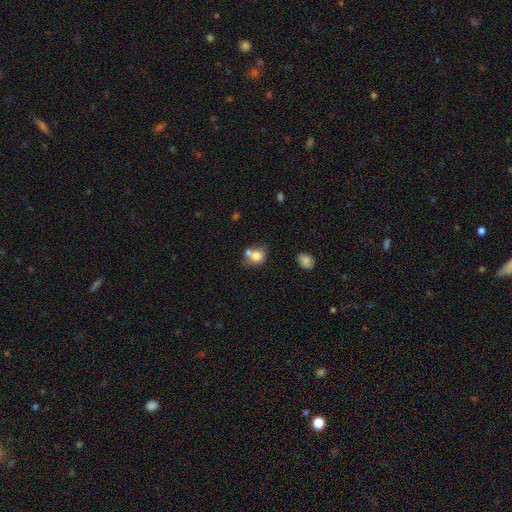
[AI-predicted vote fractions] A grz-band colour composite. It shows a smooth galaxy with no disk features (76%) that is round (68%). Merging: none (42%).